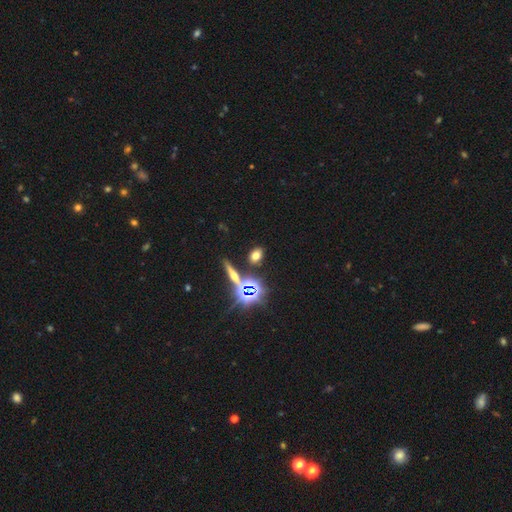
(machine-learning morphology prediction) Smooth or featured: smooth — 62% (star or artifact — 26%)
How rounded: in between — 68% (round — 26%)
Merging: none — 84% (minor disturbance — 8%)